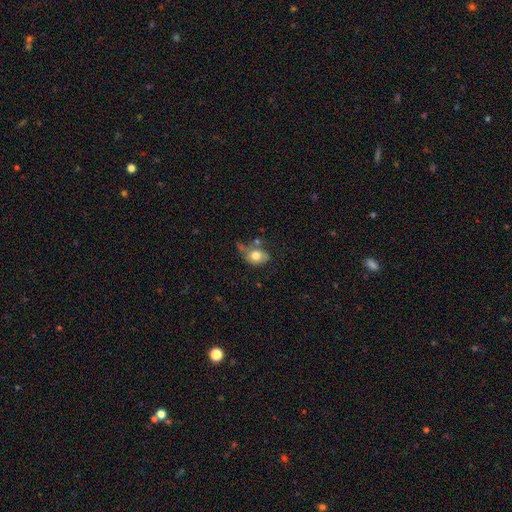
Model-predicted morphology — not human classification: Smooth or featured? smooth (73%)
How rounded? in between (59%)
Merging? none (42%)